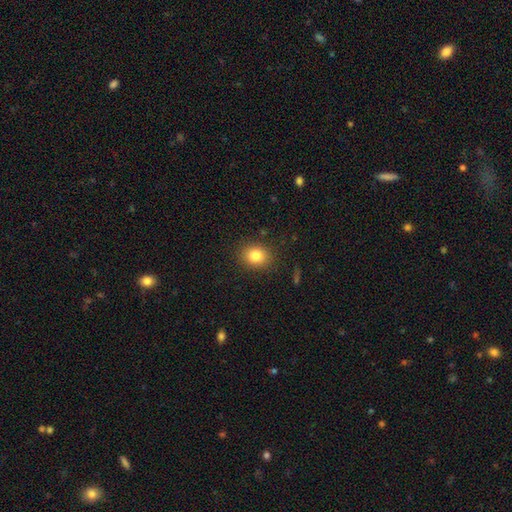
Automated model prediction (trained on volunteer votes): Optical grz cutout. It shows a smooth galaxy with no disk features (82%) that is round (64%). Merging: none (88%).